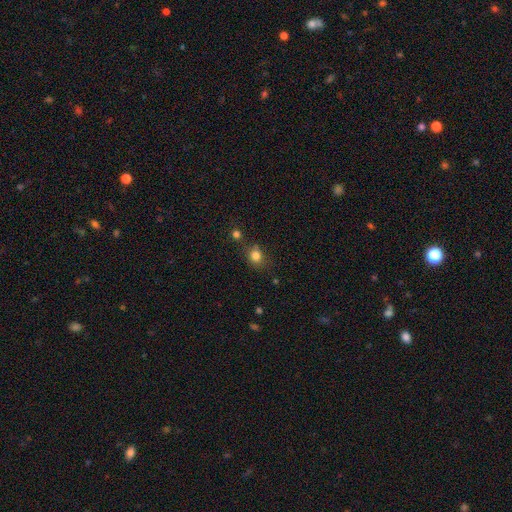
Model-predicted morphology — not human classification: Smooth or featured: smooth — 81% (star or artifact — 13%)
How rounded: round — 66% (in between — 33%)
Merging: none — 64% (minor disturbance — 18%)